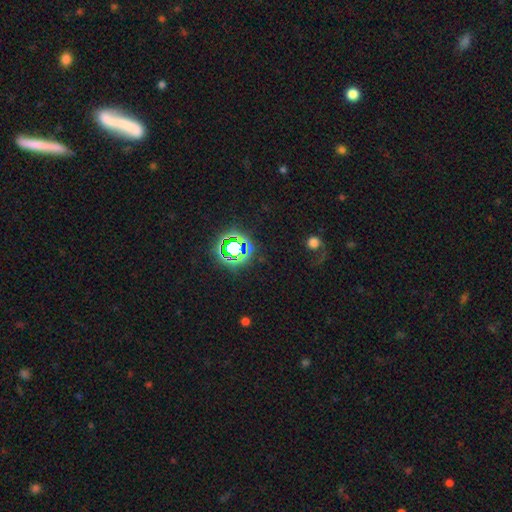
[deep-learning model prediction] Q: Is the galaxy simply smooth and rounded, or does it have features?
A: star or artifact — 68%.